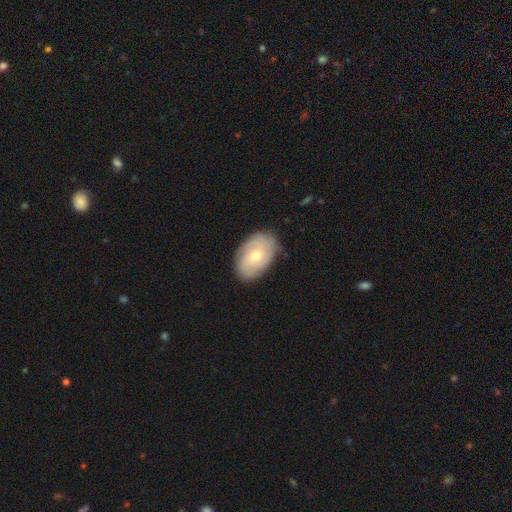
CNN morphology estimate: A featured or disk galaxy (52%). Merging: none (80%).